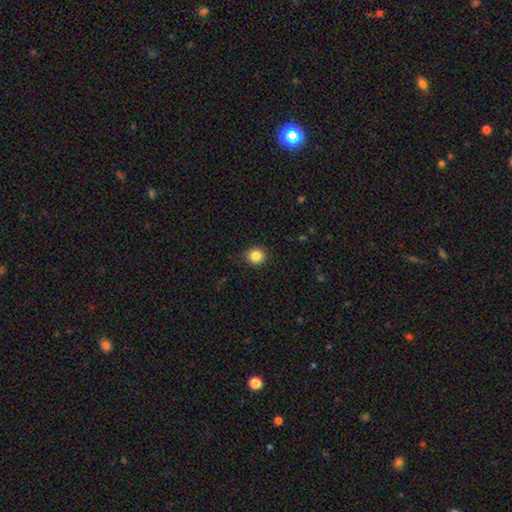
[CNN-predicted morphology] A smooth galaxy with no disk features (85%) that is round (89%).

Vote fractions:
- Smooth or featured? smooth: 85% / star or artifact: 10% / featured or disk: 4%
- How rounded? round: 89% / in between: 10% / cigar-shaped: 1%
- Merging? none: 88% / minor disturbance: 9% / major disturbance: 2% / merger: 1%